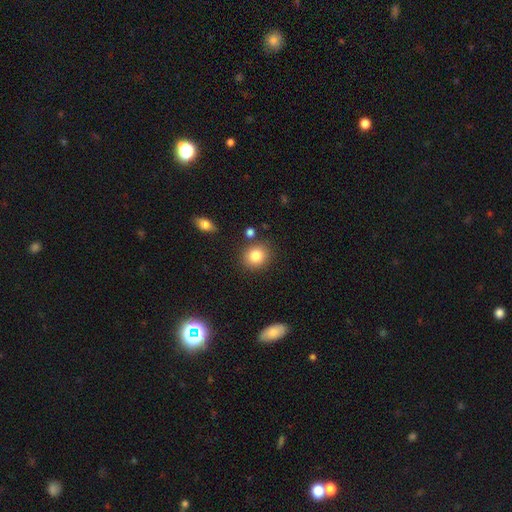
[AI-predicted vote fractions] This appears to be a smooth galaxy with no disk features (84%) that is round (77%). Merging: none (83%).